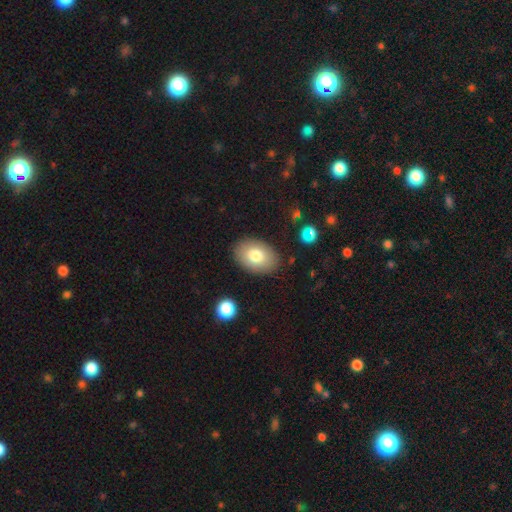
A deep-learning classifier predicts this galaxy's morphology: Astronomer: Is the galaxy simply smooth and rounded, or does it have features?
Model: smooth — 77%.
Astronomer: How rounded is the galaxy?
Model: in between — 86%.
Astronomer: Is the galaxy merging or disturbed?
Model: none — 86%.